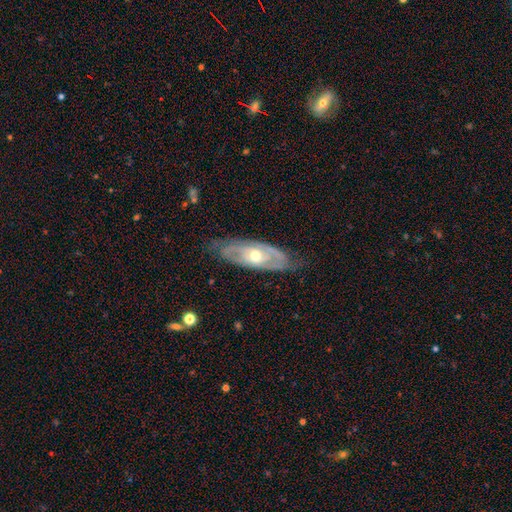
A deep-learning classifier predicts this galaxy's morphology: This appears to be a featured or disk galaxy (81%) with no bar (73%), 2 (48%) tight (63%) spiral arms (82%) and a moderate central bulge (58%). Merging: none (75%).